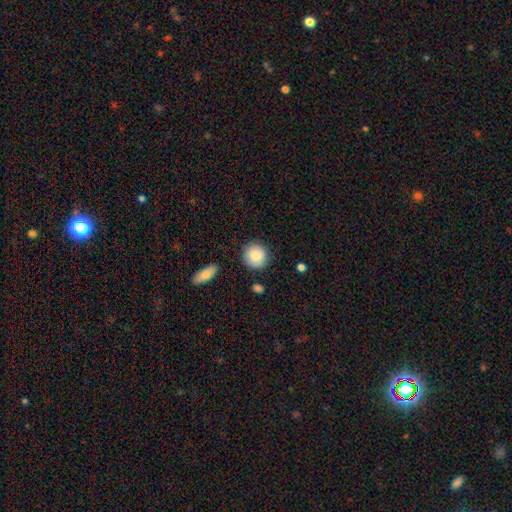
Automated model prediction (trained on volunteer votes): smooth-or-featured: smooth: 84% | featured or disk: 9% | star or artifact: 7%
  how-rounded: round: 90% | in between: 9% | cigar-shaped: 1%
  merging: none: 86% | minor disturbance: 9% | major disturbance: 2% | merger: 2%